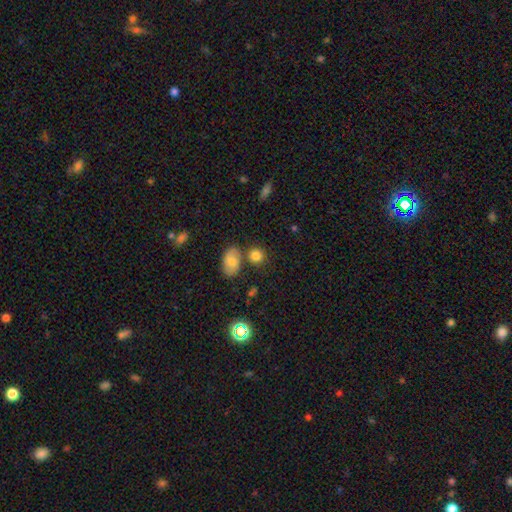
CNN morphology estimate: smooth-or-featured: smooth: 82% | star or artifact: 11% | featured or disk: 8%
  how-rounded: round: 75% | in between: 24% | cigar-shaped: 1%
  merging: none: 68% | merger: 18% | minor disturbance: 10% | major disturbance: 3%